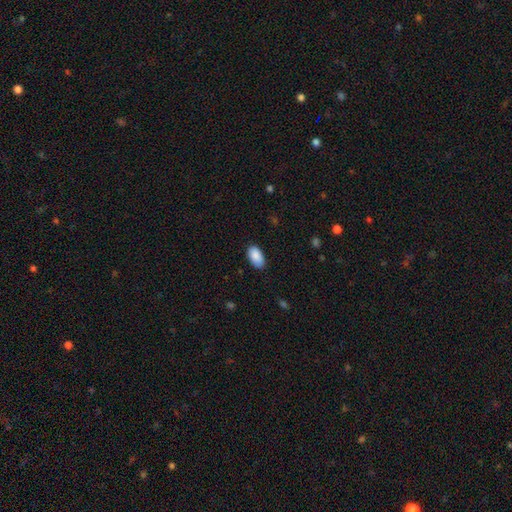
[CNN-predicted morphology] This is clearly a smooth galaxy (89%). How rounded: clearly in between (95%). Merging: clearly none (83%).